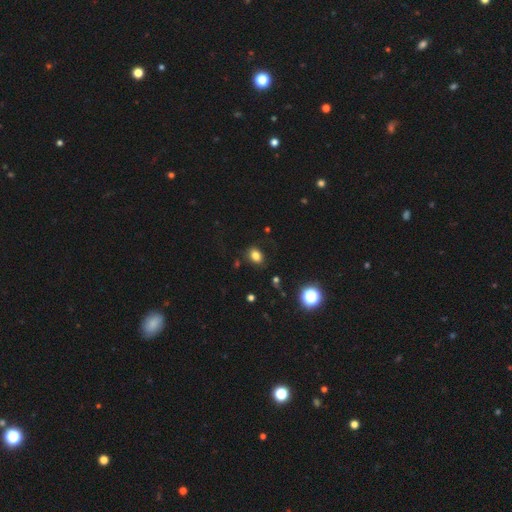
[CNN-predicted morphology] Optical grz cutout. It shows a smooth galaxy with no disk features (80%) that is in between round and cigar-shaped (69%). Merging: none (83%).